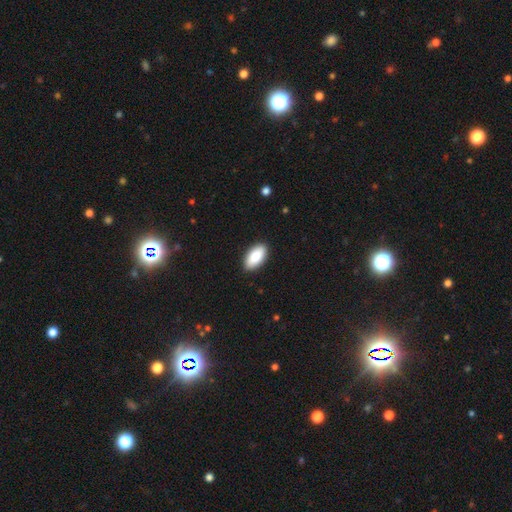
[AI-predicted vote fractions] Smooth or featured?
  - smooth: 87% *
  - featured or disk: 7%
  - star or artifact: 6%
How rounded?
  - in between: 93% *
  - cigar-shaped: 4%
  - round: 2%
Merging?
  - none: 90% *
  - minor disturbance: 7%
  - major disturbance: 2%
  - merger: 1%